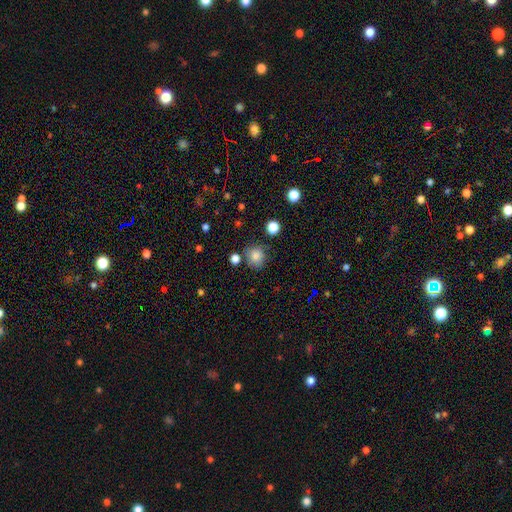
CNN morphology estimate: Q: Smooth or featured?
A: smooth (82%); runner-up: star or artifact (12%)
Q: How rounded?
A: round (85%); runner-up: in between (14%)
Q: Merging?
A: none (73%); runner-up: minor disturbance (16%)